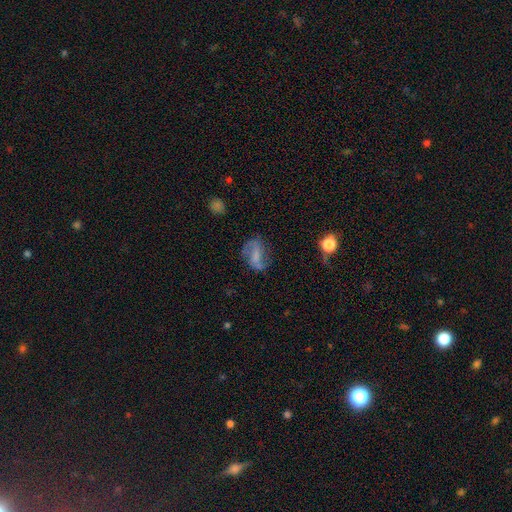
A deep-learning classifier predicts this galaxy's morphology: The model was most divided on "bar": weak: 39%, strong: 35%, no: 26%. More confident: edge-on disk — no (96%); spiral arms — yes (86%); spiral arm count — 2 (85%); smooth or featured — featured or disk (65%); merging — none (62%); spiral winding — loose (59%); bulge size — none (56%).